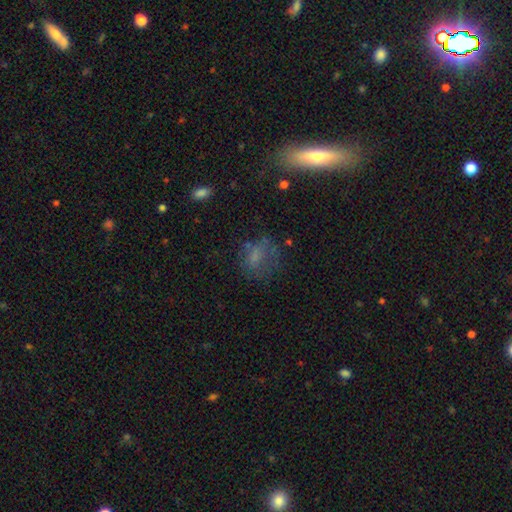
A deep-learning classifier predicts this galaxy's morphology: Smooth or featured: smooth — 58% (featured or disk — 23%)
How rounded: in between — 56% (round — 40%)
Merging: none — 51% (major disturbance — 23%)